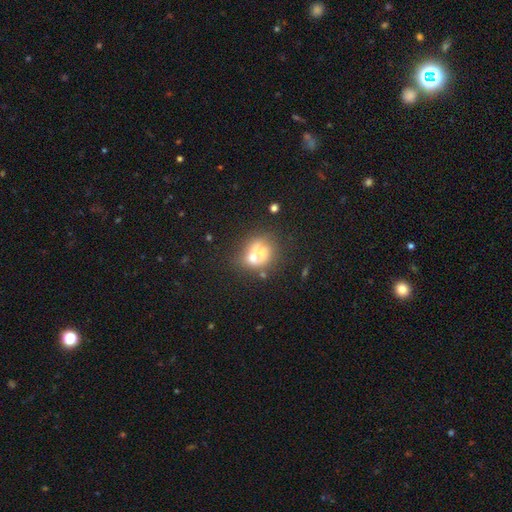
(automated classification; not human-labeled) smooth_or_featured: smooth (p=0.55) [alt: featured or disk p=0.32]
how_rounded: round (p=0.63) [alt: in between p=0.35]
merging: merger (p=0.48) [alt: none p=0.30]